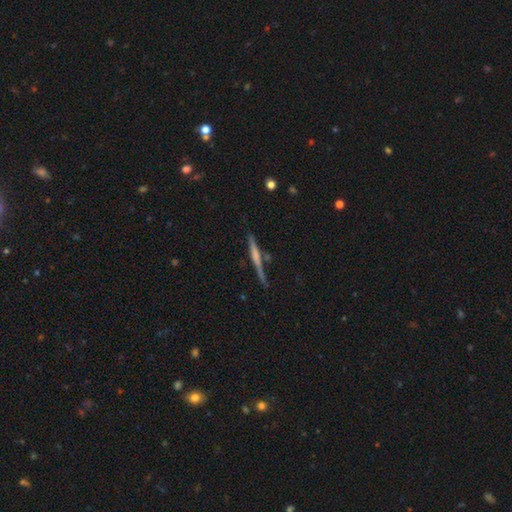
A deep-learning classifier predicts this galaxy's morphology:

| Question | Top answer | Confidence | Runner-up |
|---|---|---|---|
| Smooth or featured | featured or disk | 55% | smooth (38%) |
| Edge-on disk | yes | 97% | no (3%) |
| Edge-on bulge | none | 50% | rounded (31%) |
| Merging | none | 76% | minor disturbance (14%) |